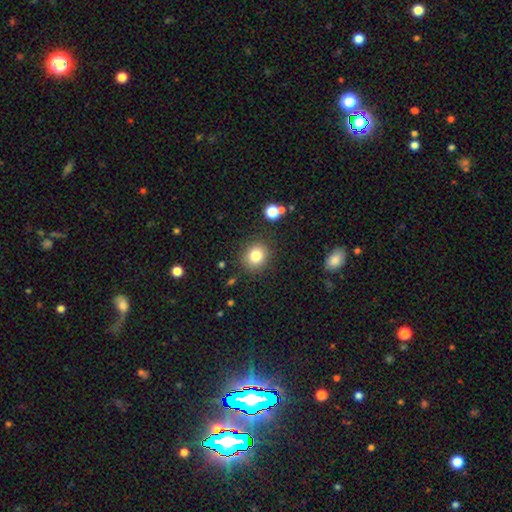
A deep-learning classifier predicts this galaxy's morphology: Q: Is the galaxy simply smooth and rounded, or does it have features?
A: smooth — 81%.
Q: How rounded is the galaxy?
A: round — 82%.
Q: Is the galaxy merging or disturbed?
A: none — 86%.